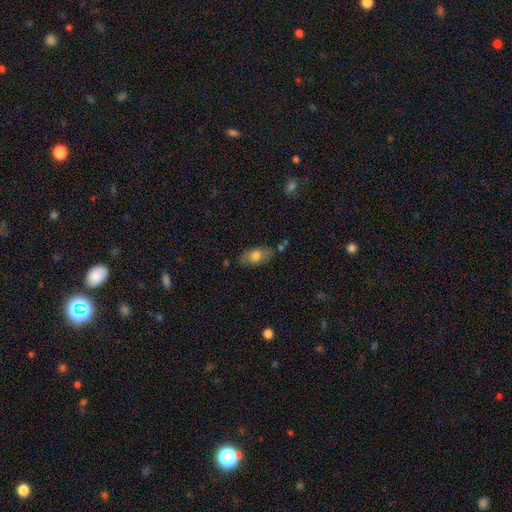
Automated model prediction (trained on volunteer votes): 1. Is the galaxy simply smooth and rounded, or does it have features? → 70% smooth, 23% featured or disk, 7% star or artifact.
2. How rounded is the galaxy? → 89% in between, 6% round, 6% cigar-shaped.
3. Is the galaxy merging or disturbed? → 73% none, 18% minor disturbance, 5% merger, 4% major disturbance.